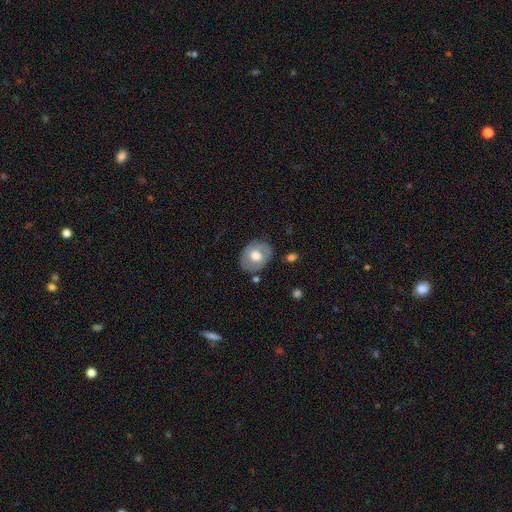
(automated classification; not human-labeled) This appears to be a smooth galaxy with no disk features (52%) that is in between round and cigar-shaped (60%). Merging: none (77%).